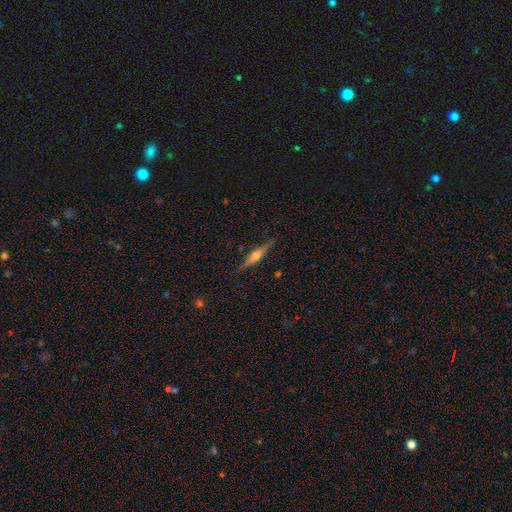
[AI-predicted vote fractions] A featured or disk galaxy (69%) viewed edge-on (97%) with a rounded central bulge (87%).

Vote fractions:
- Smooth or featured? featured or disk: 69% / smooth: 24% / star or artifact: 7%
- Edge-on disk? yes: 97% / no: 3%
- Edge-on bulge? rounded: 87% / boxy: 9% / none: 4%
- Merging? none: 86% / minor disturbance: 10% / major disturbance: 2% / merger: 1%